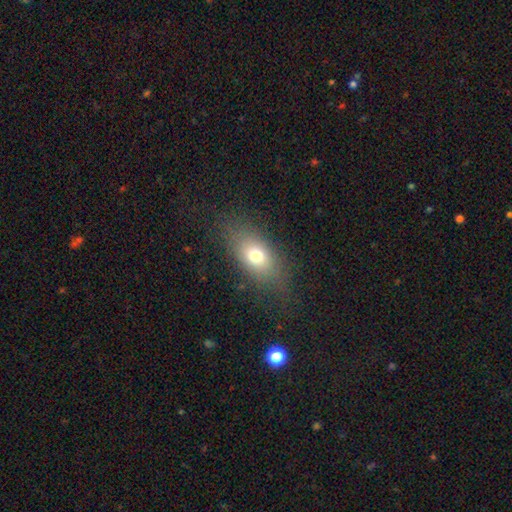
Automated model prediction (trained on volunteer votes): Overall: smooth (71%). How rounded: in between (77%). Merging: none (75%).